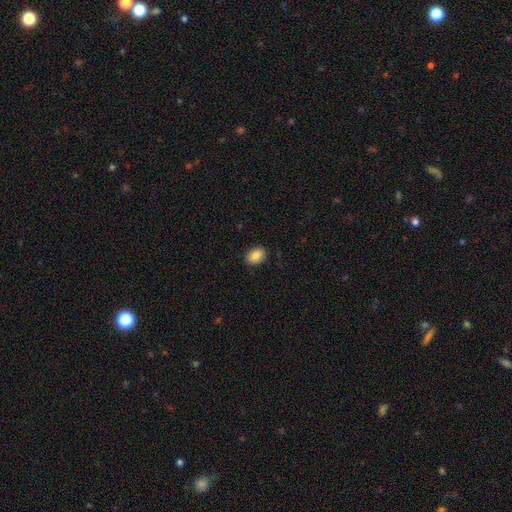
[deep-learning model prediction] Smooth or featured?
  - smooth: 87% *
  - star or artifact: 8%
  - featured or disk: 5%
How rounded?
  - in between: 74% *
  - round: 25%
  - cigar-shaped: 1%
Merging?
  - none: 86% *
  - minor disturbance: 10%
  - major disturbance: 2%
  - merger: 1%